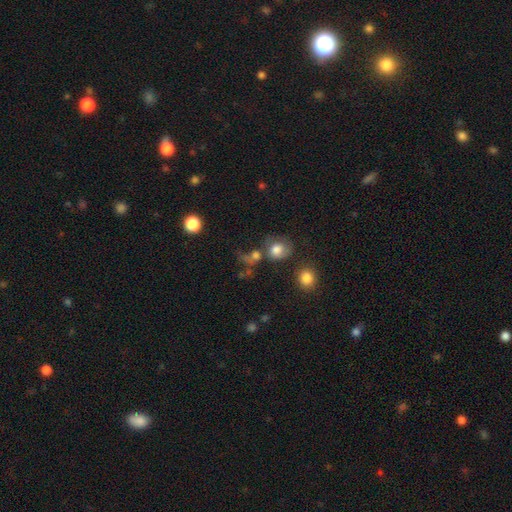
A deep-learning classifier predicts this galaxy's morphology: smooth_or_featured: smooth (p=0.62) [alt: star or artifact p=0.20]
how_rounded: round (p=0.72) [alt: in between p=0.26]
merging: none (p=0.38) [alt: merger p=0.27]